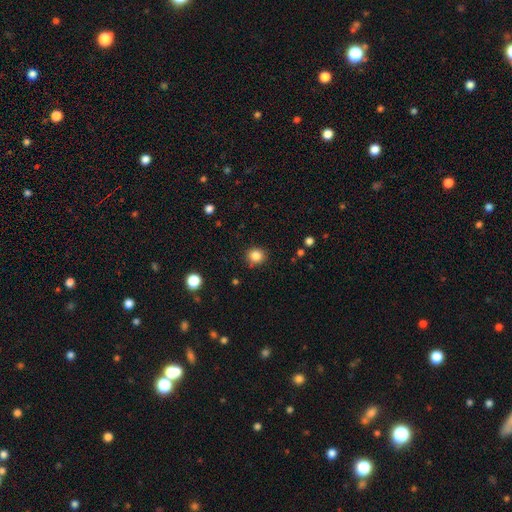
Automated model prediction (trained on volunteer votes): Smooth or featured? smooth (84%)
How rounded? round (89%)
Merging? none (89%)